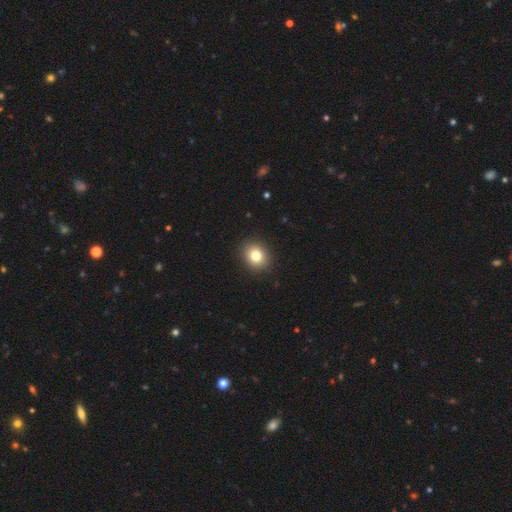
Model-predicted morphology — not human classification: smooth_or_featured: smooth (p=0.82) [alt: star or artifact p=0.10]
how_rounded: round (p=0.58) [alt: in between p=0.41]
merging: none (p=0.91) [alt: minor disturbance p=0.06]